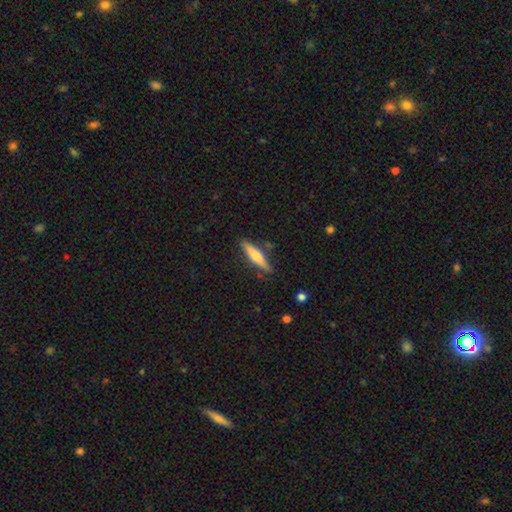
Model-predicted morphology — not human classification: Overall: smooth (52%; featured or disk 42%). How rounded: cigar-shaped (83%). Merging: none (85%).